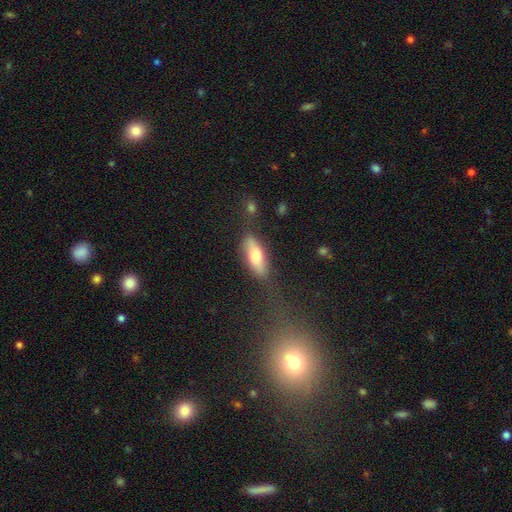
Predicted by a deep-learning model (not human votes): Smooth or featured: smooth — 68% (featured or disk — 25%)
How rounded: in between — 70% (cigar-shaped — 28%)
Merging: none — 70% (minor disturbance — 18%)